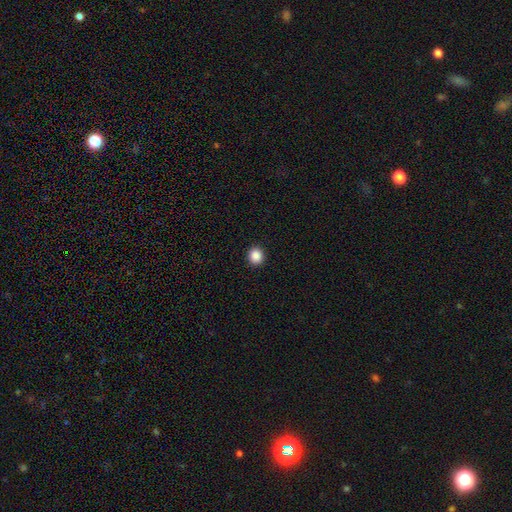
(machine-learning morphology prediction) Smooth or featured? Predicted: smooth (p=0.88). How rounded? Predicted: round (p=0.87). Merging? Predicted: none (p=0.93).